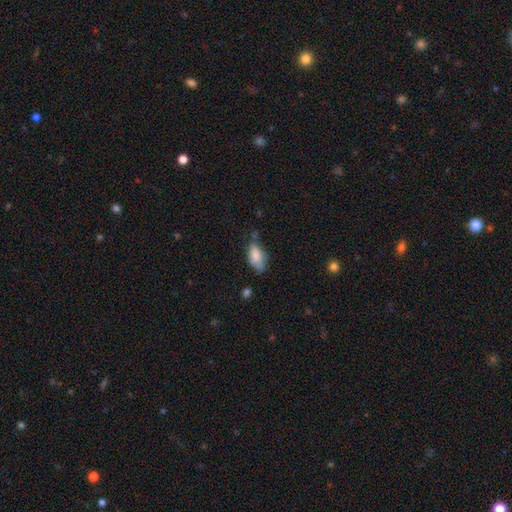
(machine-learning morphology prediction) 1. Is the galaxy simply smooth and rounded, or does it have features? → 81% smooth, 11% featured or disk, 8% star or artifact.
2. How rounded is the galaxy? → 90% in between, 6% cigar-shaped, 4% round.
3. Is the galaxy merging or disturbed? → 47% none, 36% minor disturbance, 11% major disturbance, 6% merger.